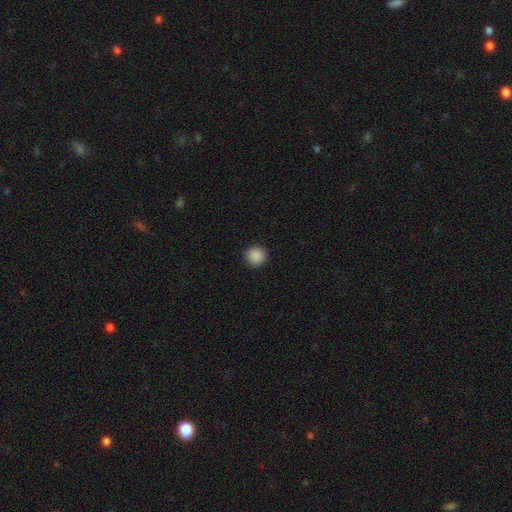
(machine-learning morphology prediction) Q: Smooth or featured?
A: smooth (89%); runner-up: star or artifact (9%)
Q: How rounded?
A: round (94%); runner-up: in between (5%)
Q: Merging?
A: none (92%); runner-up: minor disturbance (5%)